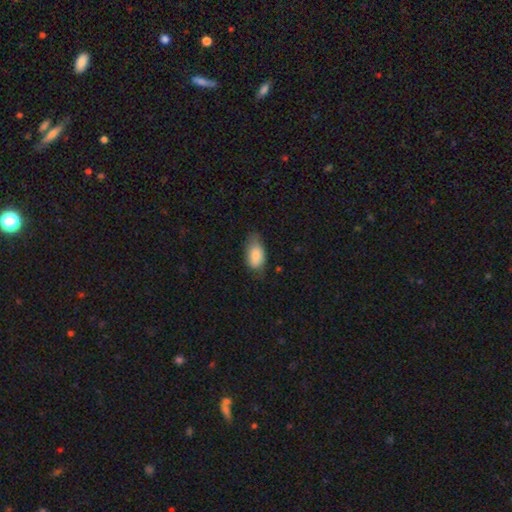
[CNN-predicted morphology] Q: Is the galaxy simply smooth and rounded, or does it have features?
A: smooth — 82%.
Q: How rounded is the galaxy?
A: in between — 93%.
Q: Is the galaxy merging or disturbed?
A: none — 57%.